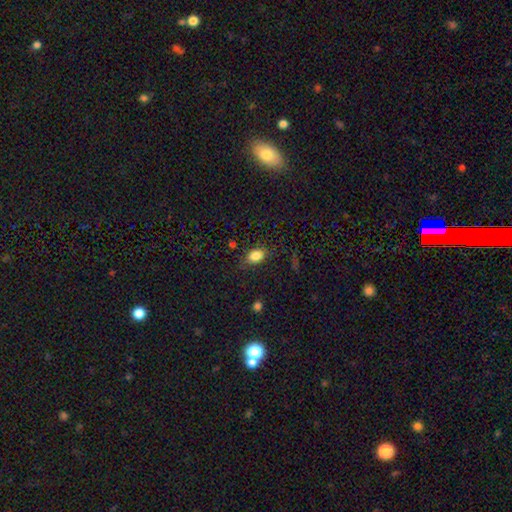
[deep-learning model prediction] This is clearly a smooth galaxy (83%). How rounded: clearly in between (81%). Merging: likely none (79%).